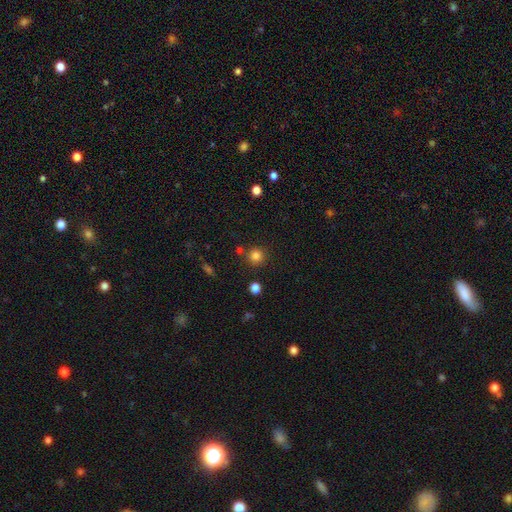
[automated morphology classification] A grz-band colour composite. It shows a smooth galaxy with no disk features (82%) that is round (94%). Merging: none (83%).